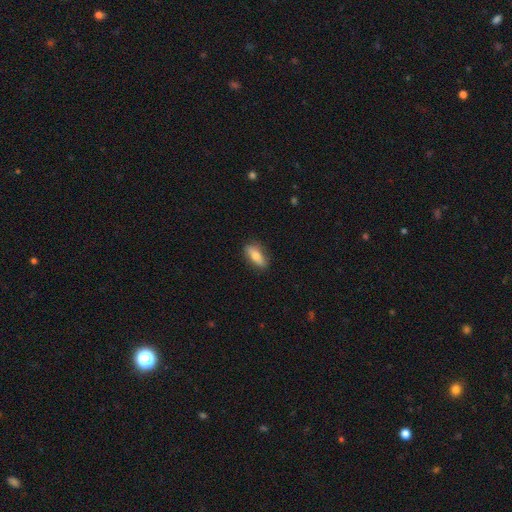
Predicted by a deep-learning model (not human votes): This appears to be a smooth galaxy with no disk features (68%) that is in between round and cigar-shaped (71%). Merging: none (82%).